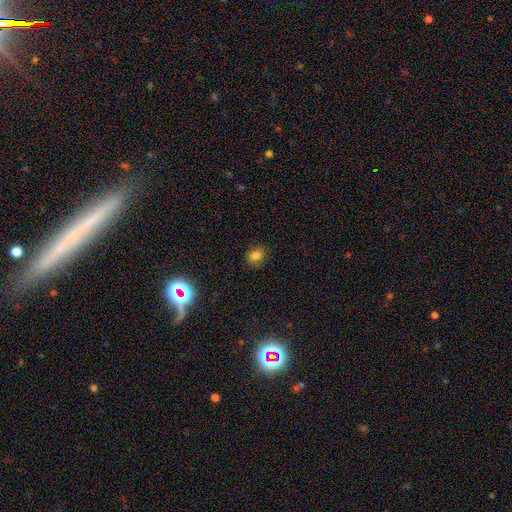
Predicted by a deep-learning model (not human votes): The model was most divided on "how rounded": round: 53%, in between: 46%, cigar-shaped: 1%. More confident: merging — none (85%); smooth or featured — smooth (77%).